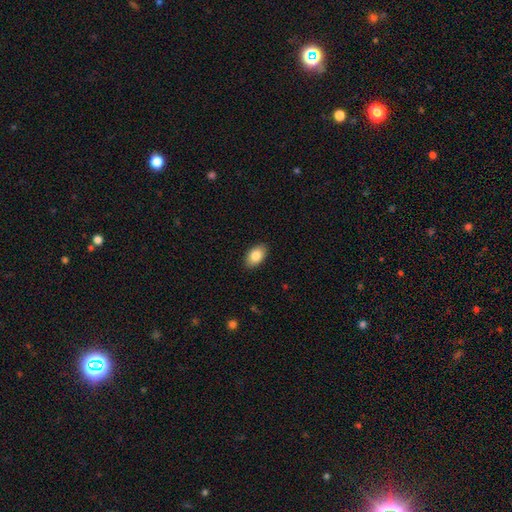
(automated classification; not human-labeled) Smooth or featured?
  - smooth: 85% *
  - featured or disk: 8%
  - star or artifact: 7%
How rounded?
  - in between: 91% *
  - round: 8%
  - cigar-shaped: 1%
Merging?
  - none: 89% *
  - minor disturbance: 9%
  - major disturbance: 2%
  - merger: 1%